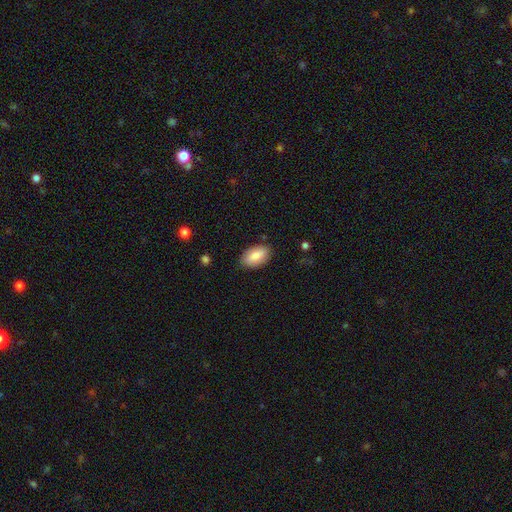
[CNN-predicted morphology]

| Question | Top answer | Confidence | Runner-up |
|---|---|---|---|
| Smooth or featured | smooth | 84% | featured or disk (10%) |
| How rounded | in between | 94% | round (4%) |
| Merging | none | 84% | minor disturbance (12%) |